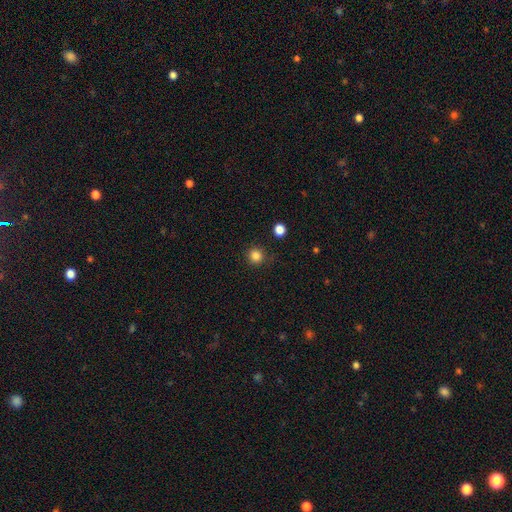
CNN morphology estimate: Smooth or featured? smooth (84%)
How rounded? round (94%)
Merging? none (87%)